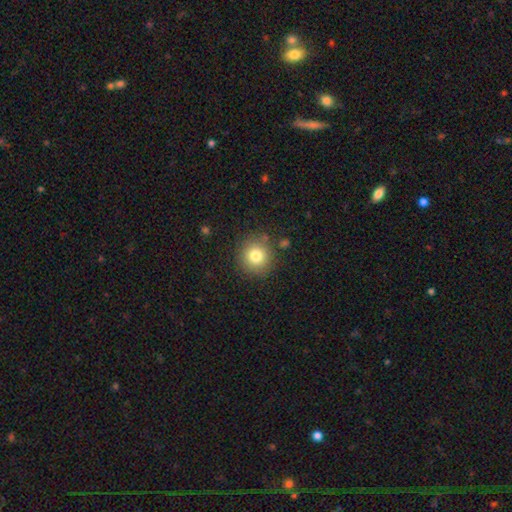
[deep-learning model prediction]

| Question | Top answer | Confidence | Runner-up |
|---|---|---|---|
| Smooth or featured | smooth | 80% | star or artifact (12%) |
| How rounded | round | 92% | in between (7%) |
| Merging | none | 85% | minor disturbance (9%) |